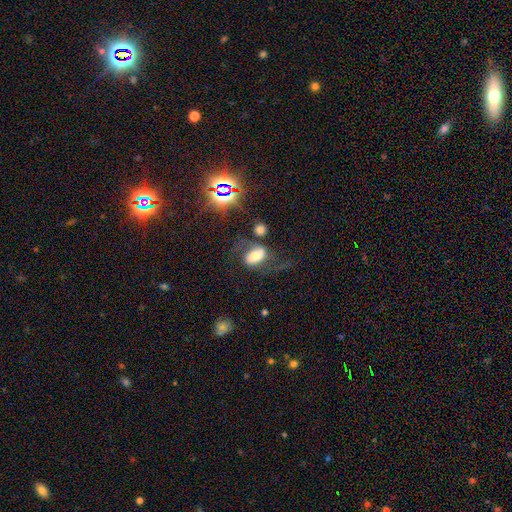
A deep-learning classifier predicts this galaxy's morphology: Q: Smooth or featured?
A: featured or disk (50%); runner-up: smooth (36%)
Q: Merging?
A: none (44%); runner-up: major disturbance (26%)